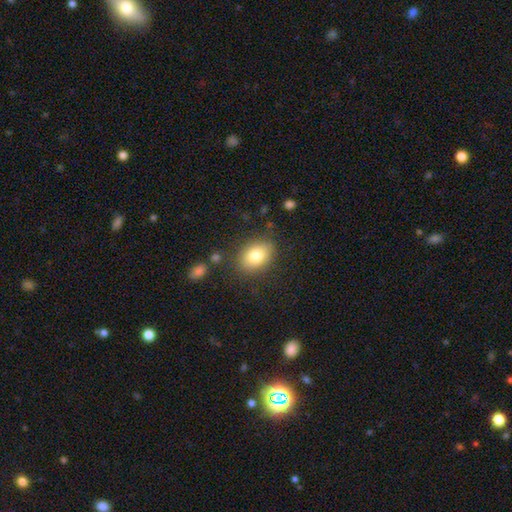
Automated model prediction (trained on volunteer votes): Smooth or featured? Predicted: smooth (p=0.81). How rounded? Predicted: in between (p=0.76). Merging? Predicted: none (p=0.81).